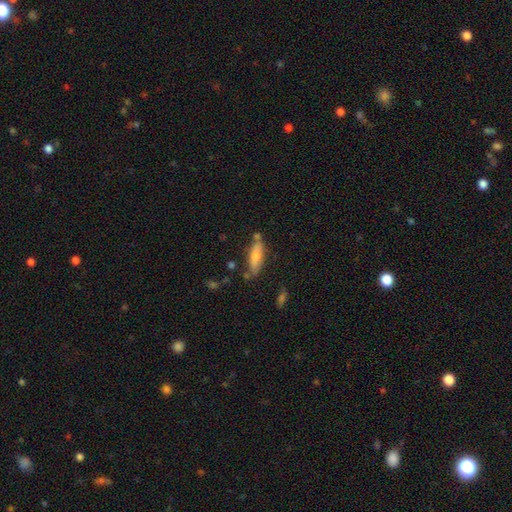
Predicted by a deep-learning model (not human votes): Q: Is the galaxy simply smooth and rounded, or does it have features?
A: smooth — 66%.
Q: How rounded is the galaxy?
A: cigar-shaped — 56%.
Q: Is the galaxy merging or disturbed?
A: none — 68%.